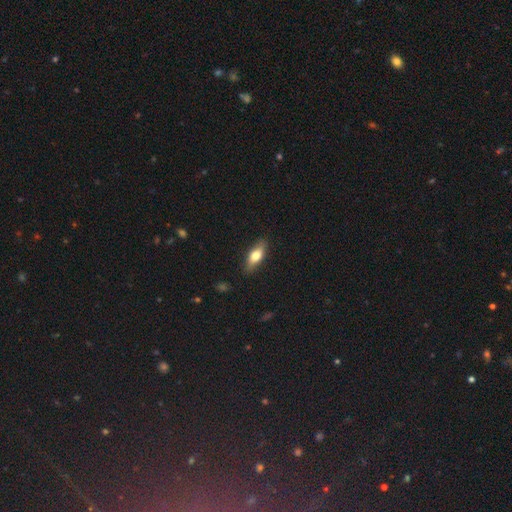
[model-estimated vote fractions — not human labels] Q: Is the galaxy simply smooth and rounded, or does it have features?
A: smooth — 69%.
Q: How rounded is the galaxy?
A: in between — 70%.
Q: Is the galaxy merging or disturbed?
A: none — 84%.